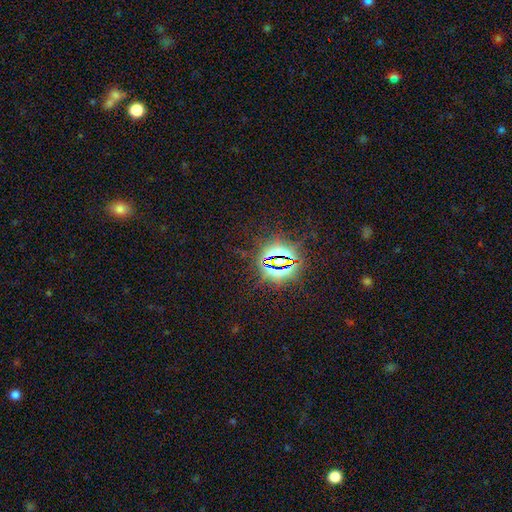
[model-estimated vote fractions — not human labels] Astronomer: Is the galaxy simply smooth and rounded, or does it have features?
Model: star or artifact — 81%.